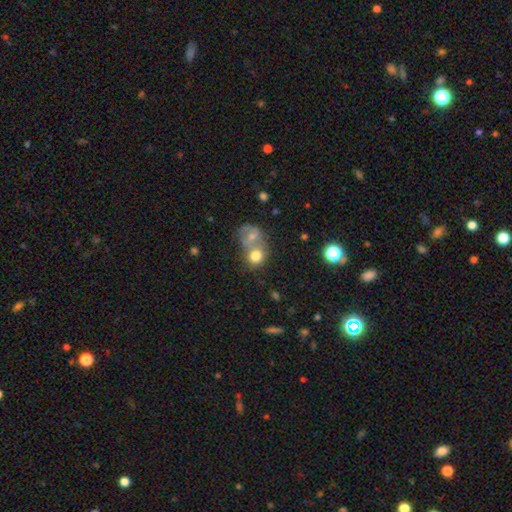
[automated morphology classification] Smooth or featured: smooth — 74% (featured or disk — 16%)
How rounded: round — 71% (in between — 27%)
Merging: merger — 58% (none — 29%)